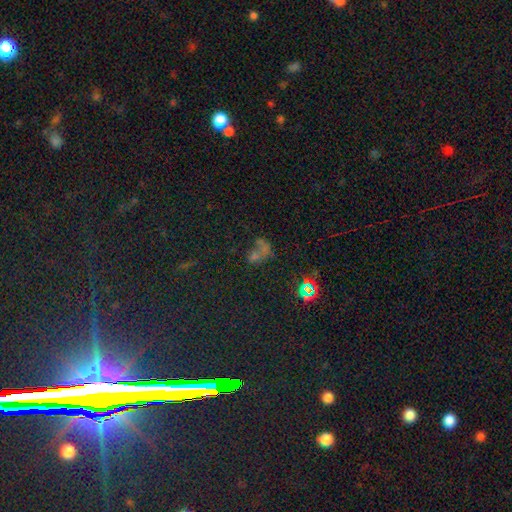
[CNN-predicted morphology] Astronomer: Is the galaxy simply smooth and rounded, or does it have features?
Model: star or artifact — 56%.